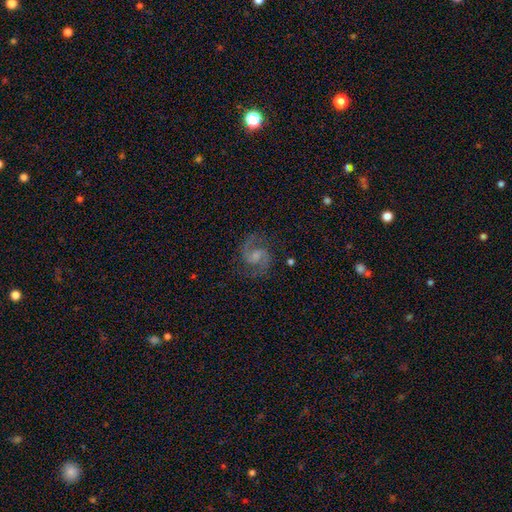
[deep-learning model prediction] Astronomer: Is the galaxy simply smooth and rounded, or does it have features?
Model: featured or disk — 89%.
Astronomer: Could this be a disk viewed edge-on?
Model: no — 98%.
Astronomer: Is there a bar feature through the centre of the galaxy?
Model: weak — 51% (runner-up: no, 38%).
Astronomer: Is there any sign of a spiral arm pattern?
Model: yes — 98%.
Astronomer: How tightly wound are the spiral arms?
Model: medium — 63%.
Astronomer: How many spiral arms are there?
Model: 2 — 94%.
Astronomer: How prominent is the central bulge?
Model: small — 40% (runner-up: moderate, 30%).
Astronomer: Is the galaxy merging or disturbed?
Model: none — 81%.